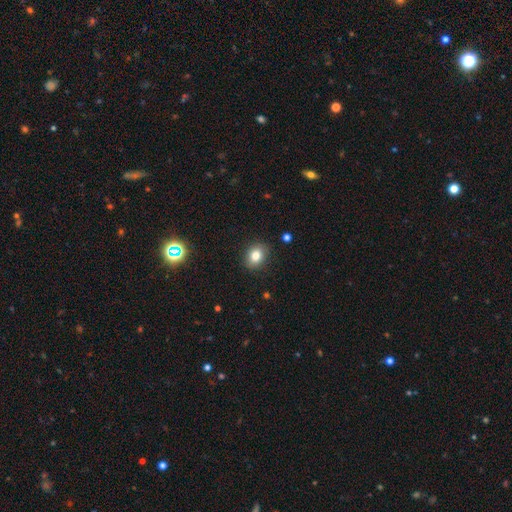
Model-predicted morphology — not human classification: Overall: smooth (81%). How rounded: in between (50%; round 49%). Merging: none (87%).